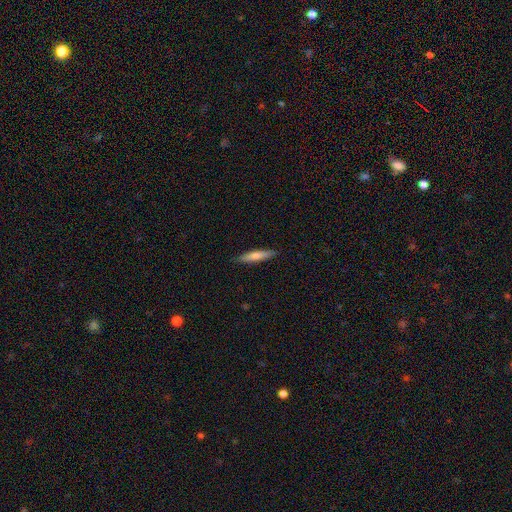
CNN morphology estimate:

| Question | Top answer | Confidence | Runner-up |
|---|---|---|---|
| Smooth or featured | smooth | 70% | featured or disk (25%) |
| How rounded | cigar-shaped | 88% | in between (10%) |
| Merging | none | 89% | minor disturbance (8%) |